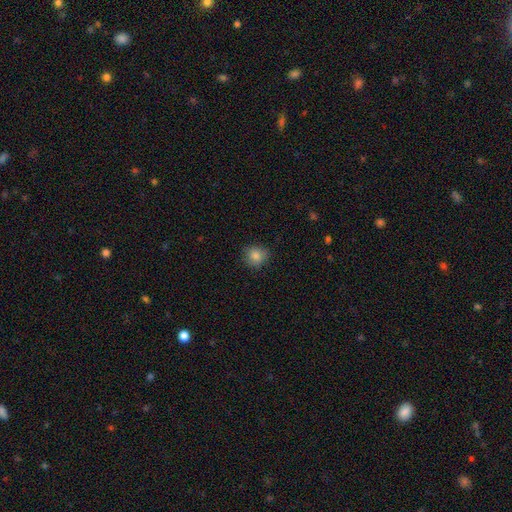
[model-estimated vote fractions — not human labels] This appears to be a smooth galaxy with no disk features (83%) that is round (82%). Merging: none (83%).